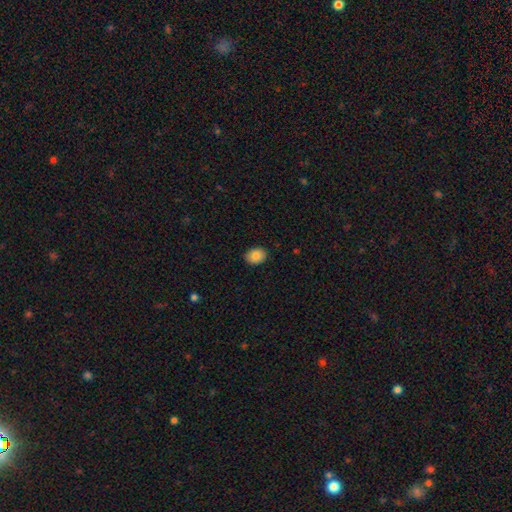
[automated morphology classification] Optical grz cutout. It shows a smooth galaxy with no disk features (84%) that is in between round and cigar-shaped (61%). Merging: none (89%).